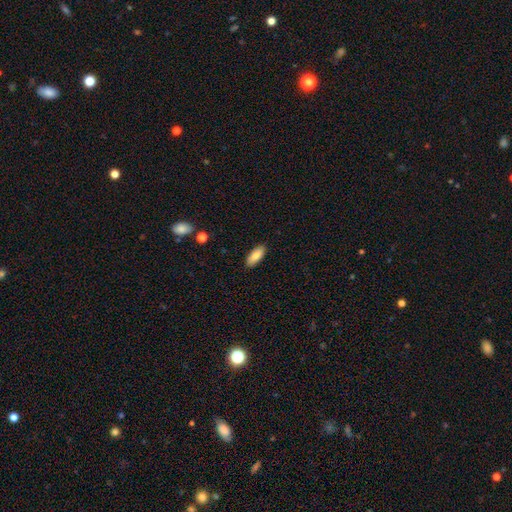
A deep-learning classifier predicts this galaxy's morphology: Smooth or featured? Predicted: smooth (p=0.83). How rounded? Predicted: in between (p=0.81). Merging? Predicted: none (p=0.88).